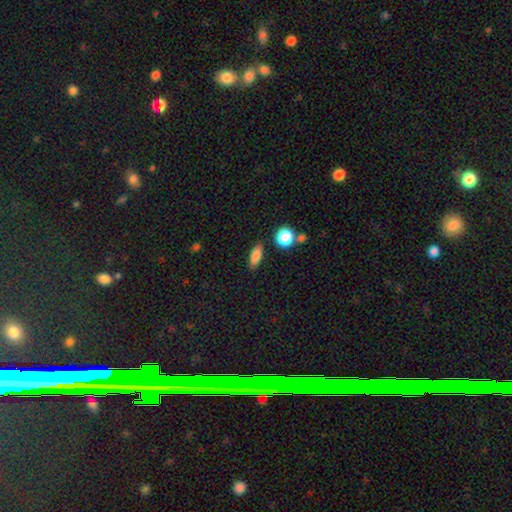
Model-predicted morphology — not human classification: smooth_or_featured: smooth (p=0.83) [alt: star or artifact p=0.09]
how_rounded: in between (p=0.72) [alt: cigar-shaped p=0.20]
merging: none (p=0.83) [alt: minor disturbance p=0.11]